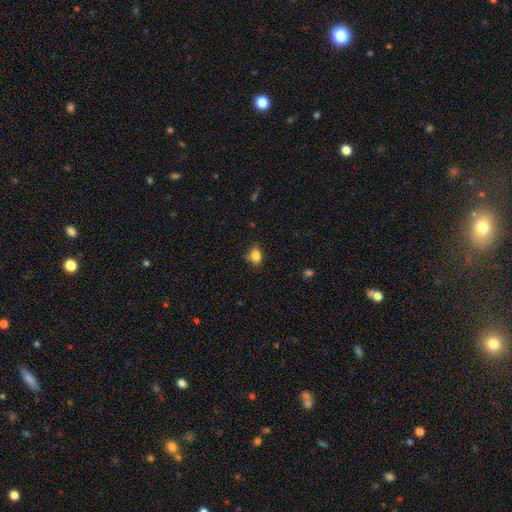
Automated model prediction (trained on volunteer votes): This is clearly a smooth galaxy (83%). How rounded: possibly in between (56%). Merging: likely none (67%).